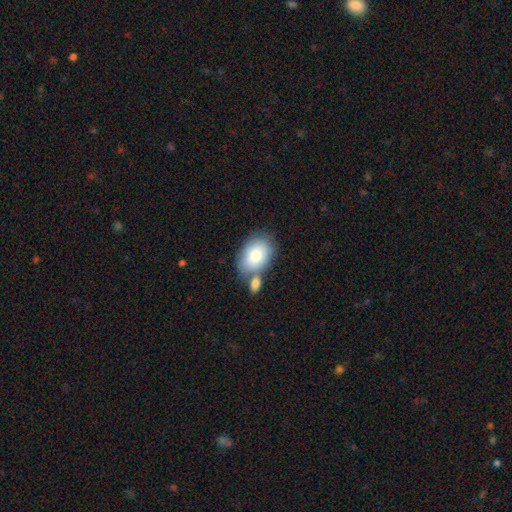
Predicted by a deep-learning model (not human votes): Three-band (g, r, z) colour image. It shows a smooth galaxy with no disk features (79%) that is in between round and cigar-shaped (83%). Merging: none (53%).